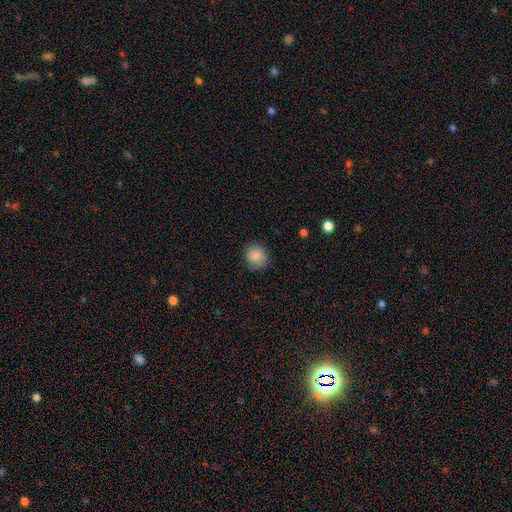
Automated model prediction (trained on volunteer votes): A smooth galaxy with no disk features (87%) that is round (81%). Merging: none (85%).